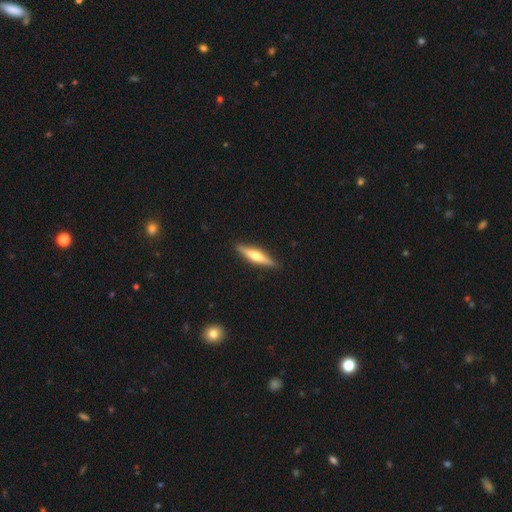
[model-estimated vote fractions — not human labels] Smooth or featured: featured or disk — 57% (smooth — 37%)
Edge-on disk: yes — 96% (no — 4%)
Edge-on bulge: rounded — 83% (boxy — 10%)
Merging: none — 90% (minor disturbance — 7%)